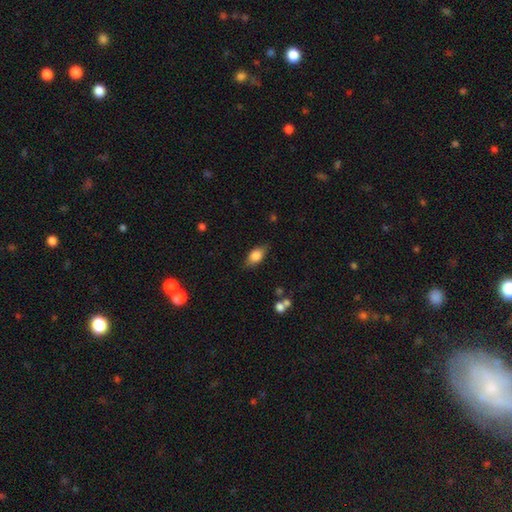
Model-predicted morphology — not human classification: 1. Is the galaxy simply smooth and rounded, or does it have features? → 77% smooth, 16% featured or disk, 7% star or artifact.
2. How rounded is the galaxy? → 85% in between, 8% cigar-shaped, 7% round.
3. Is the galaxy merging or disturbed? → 80% none, 15% minor disturbance, 4% major disturbance, 1% merger.